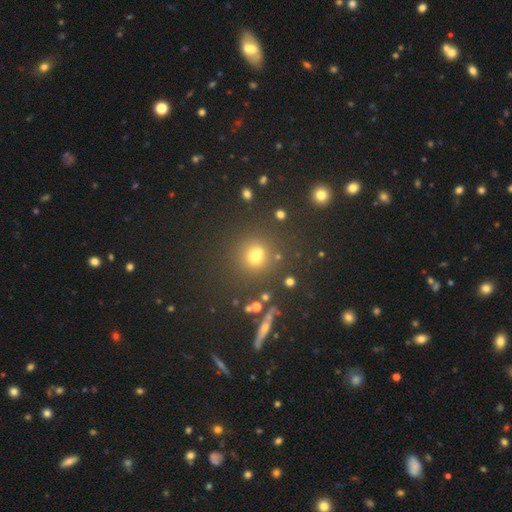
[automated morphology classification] A smooth galaxy with no disk features (63%) that is round (84%).

Vote fractions:
- Smooth or featured? smooth: 63% / star or artifact: 26% / featured or disk: 11%
- How rounded? round: 84% / in between: 14% / cigar-shaped: 2%
- Merging? none: 74% / merger: 12% / minor disturbance: 10% / major disturbance: 4%